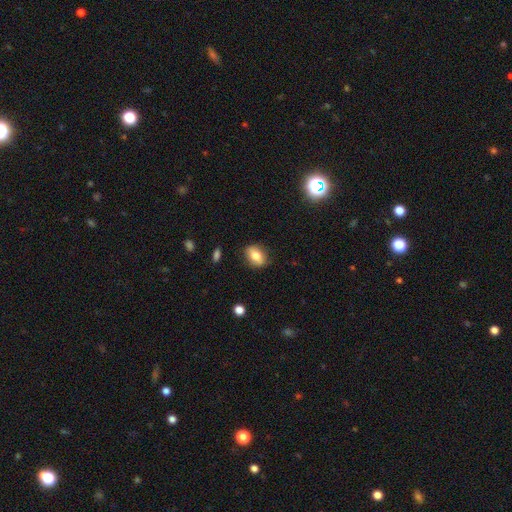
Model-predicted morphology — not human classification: Smooth or featured? Predicted: smooth (p=0.76). How rounded? Predicted: in between (p=0.77). Merging? Predicted: none (p=0.83).